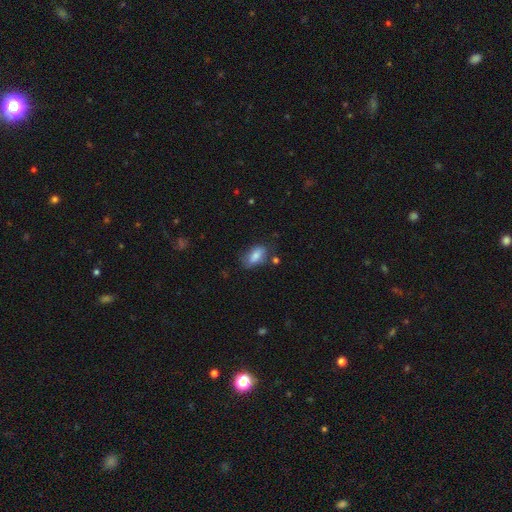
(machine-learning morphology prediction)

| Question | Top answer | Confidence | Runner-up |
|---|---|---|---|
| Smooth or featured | smooth | 80% | featured or disk (12%) |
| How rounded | in between | 88% | cigar-shaped (7%) |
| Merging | none | 67% | minor disturbance (22%) |